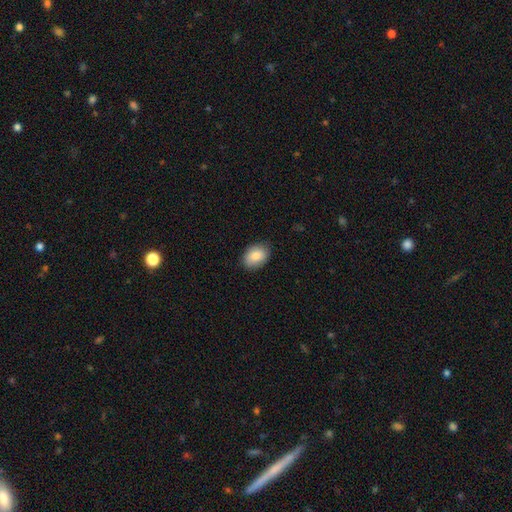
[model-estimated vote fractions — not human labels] Q: Smooth or featured?
A: smooth (85%); runner-up: featured or disk (8%)
Q: How rounded?
A: in between (81%); runner-up: round (18%)
Q: Merging?
A: none (85%); runner-up: minor disturbance (11%)